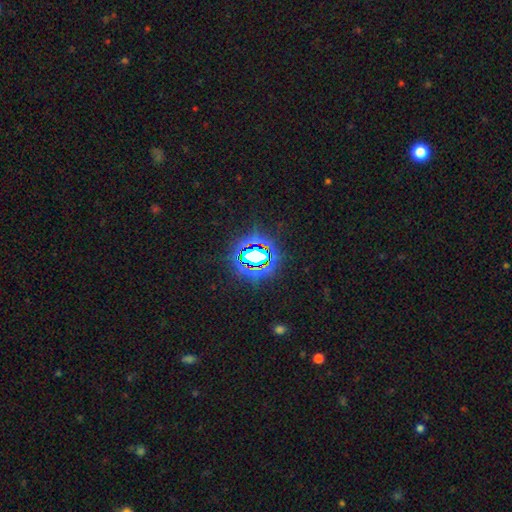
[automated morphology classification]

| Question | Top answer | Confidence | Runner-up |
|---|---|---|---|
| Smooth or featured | star or artifact | 75% | smooth (14%) |